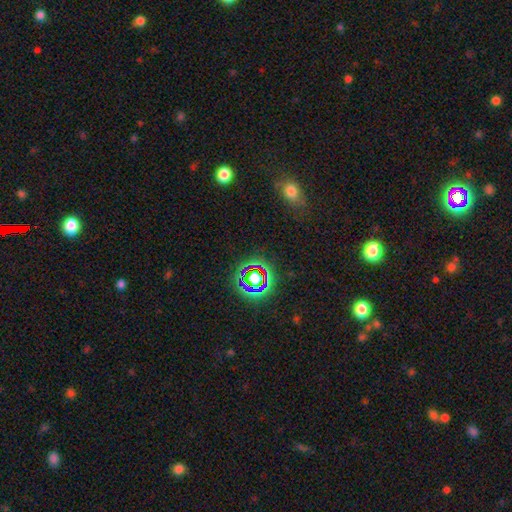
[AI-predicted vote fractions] Smooth or featured? star or artifact (57%)